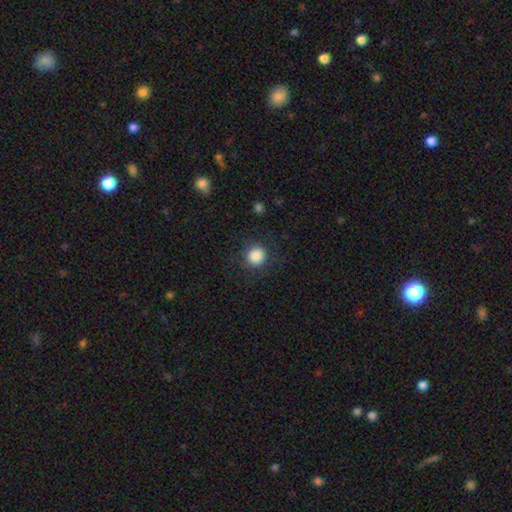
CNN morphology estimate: Q: Smooth or featured?
A: smooth (87%); runner-up: star or artifact (10%)
Q: How rounded?
A: round (93%); runner-up: in between (6%)
Q: Merging?
A: none (87%); runner-up: minor disturbance (8%)